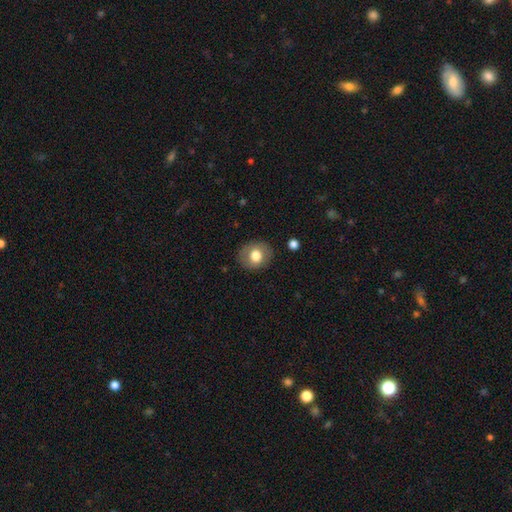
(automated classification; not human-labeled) The model was most divided on "how rounded": round: 71%, in between: 28%, cigar-shaped: 1%. More confident: merging — none (85%); smooth or featured — smooth (74%).